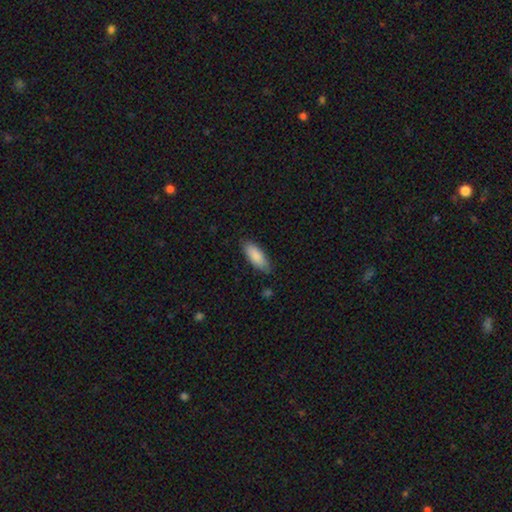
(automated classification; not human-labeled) Q: Smooth or featured?
A: smooth (87%); runner-up: featured or disk (7%)
Q: How rounded?
A: in between (73%); runner-up: cigar-shaped (25%)
Q: Merging?
A: none (82%); runner-up: minor disturbance (14%)